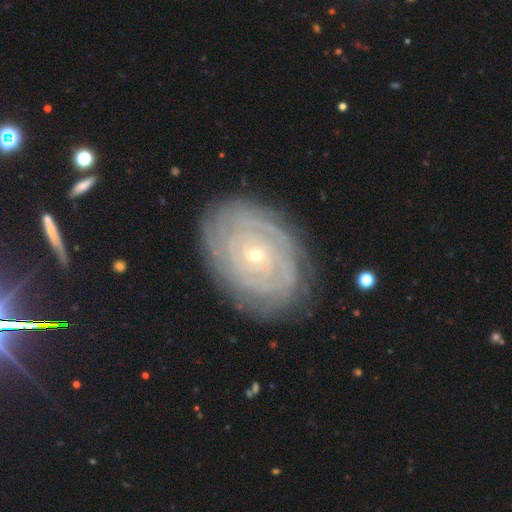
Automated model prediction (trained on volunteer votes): Morphology: type=featured or disk (85%); edge-on=no (96%); bar=no (77%); spiral arms=yes (93%); winding=tight (88%); arm count=can't tell (41%); bulge=small (78%); merging=none (82%).